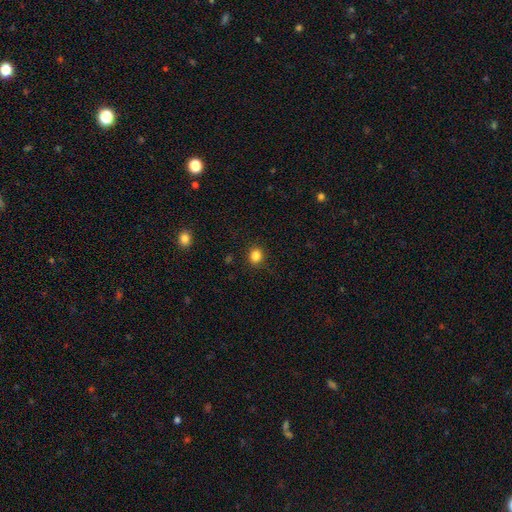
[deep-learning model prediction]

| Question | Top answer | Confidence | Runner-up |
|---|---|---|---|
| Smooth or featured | smooth | 85% | star or artifact (11%) |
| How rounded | round | 71% | in between (28%) |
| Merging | none | 88% | minor disturbance (8%) |